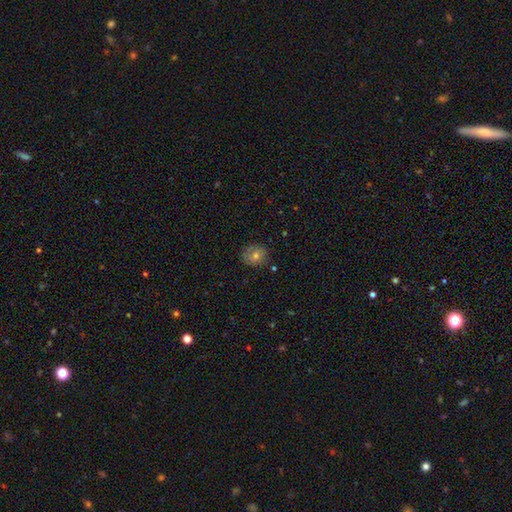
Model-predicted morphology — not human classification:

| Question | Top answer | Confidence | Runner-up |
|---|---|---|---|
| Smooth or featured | smooth | 64% | featured or disk (21%) |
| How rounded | round | 73% | in between (26%) |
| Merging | none | 78% | minor disturbance (16%) |